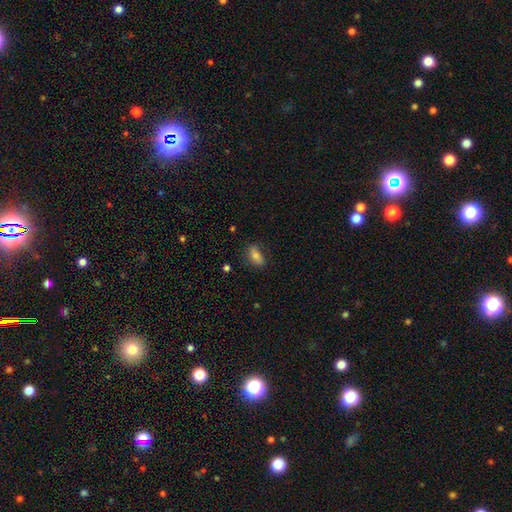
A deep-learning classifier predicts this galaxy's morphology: This is likely a smooth galaxy (73%). How rounded: clearly in between (84%). Merging: likely none (69%).